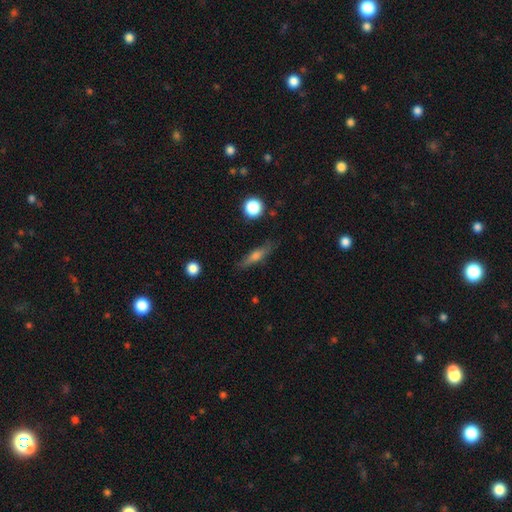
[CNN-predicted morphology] A smooth galaxy with no disk features (52%) that is cigar-shaped (74%).

Vote fractions:
- Smooth or featured? smooth: 52% / featured or disk: 40% / star or artifact: 8%
- How rounded? cigar-shaped: 74% / in between: 21% / round: 5%
- Merging? none: 82% / minor disturbance: 13% / major disturbance: 3% / merger: 2%